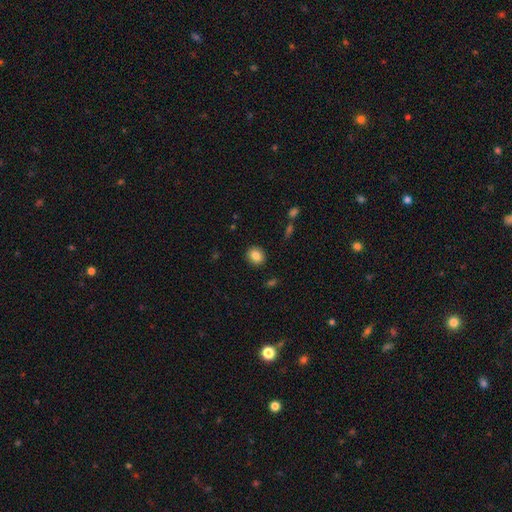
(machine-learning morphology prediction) smooth_or_featured: smooth (p=0.85) [alt: star or artifact p=0.09]
how_rounded: round (p=0.70) [alt: in between p=0.29]
merging: none (p=0.90) [alt: minor disturbance p=0.06]